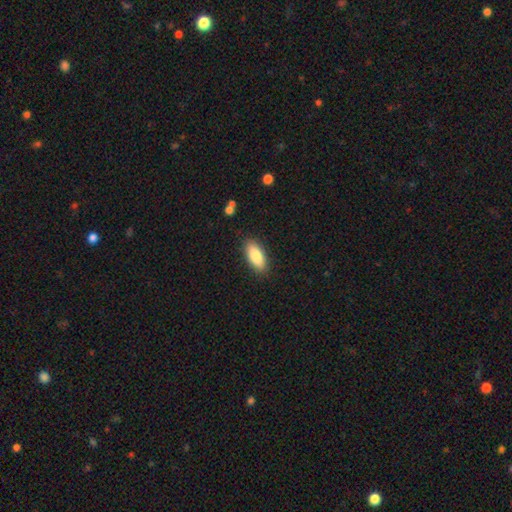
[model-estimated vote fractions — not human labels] Smooth or featured? smooth (84%)
How rounded? in between (83%)
Merging? none (88%)